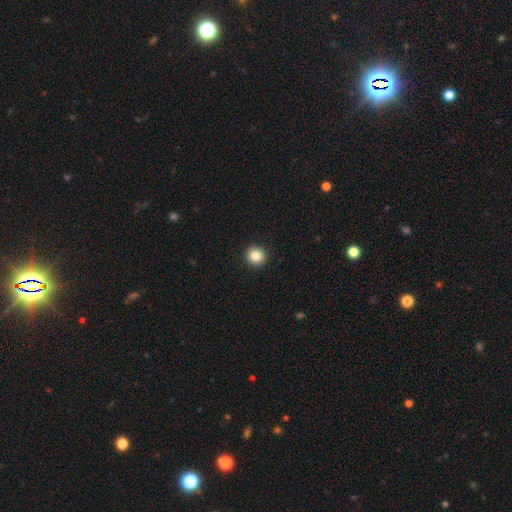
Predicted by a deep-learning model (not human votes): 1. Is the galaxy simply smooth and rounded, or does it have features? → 86% smooth, 10% star or artifact, 5% featured or disk.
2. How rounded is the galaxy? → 91% round, 8% in between, 1% cigar-shaped.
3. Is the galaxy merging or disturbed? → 93% none, 5% minor disturbance, 2% major disturbance, 1% merger.